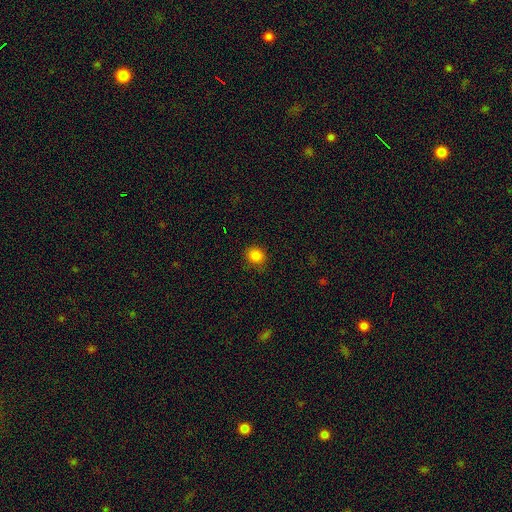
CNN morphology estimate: smooth_or_featured: smooth (p=0.83) [alt: star or artifact p=0.13]
how_rounded: round (p=0.76) [alt: in between p=0.23]
merging: none (p=0.84) [alt: minor disturbance p=0.12]